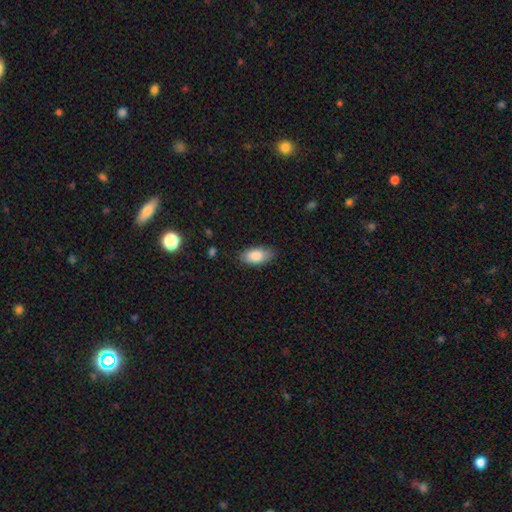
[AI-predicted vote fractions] Smooth or featured? Predicted: smooth (p=0.86). How rounded? Predicted: in between (p=0.93). Merging? Predicted: none (p=0.80).